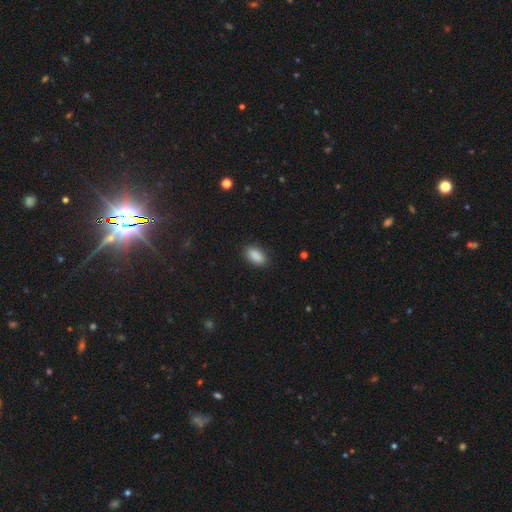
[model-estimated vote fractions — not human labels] The model was most divided on "merging": none: 87%, minor disturbance: 9%, major disturbance: 2%, merger: 1%. More confident: how rounded — in between (92%); smooth or featured — smooth (89%).